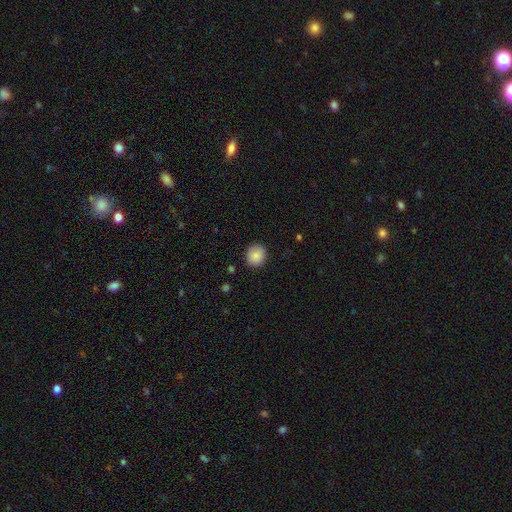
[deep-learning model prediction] Smooth or featured?
  - smooth: 87% *
  - star or artifact: 8%
  - featured or disk: 5%
How rounded?
  - round: 78% *
  - in between: 21%
  - cigar-shaped: 1%
Merging?
  - none: 88% *
  - minor disturbance: 8%
  - major disturbance: 2%
  - merger: 1%